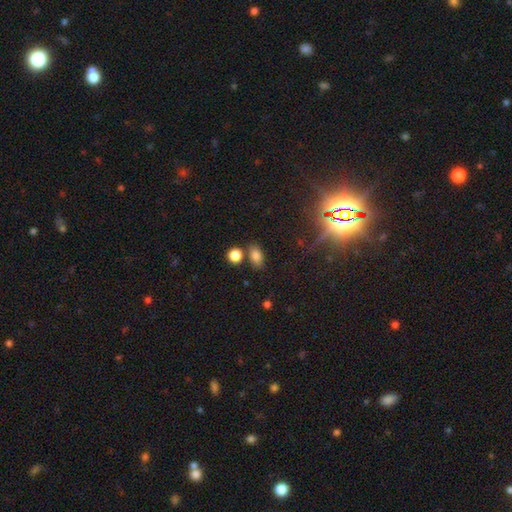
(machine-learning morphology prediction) type=smooth (79%); roundness=in between (81%); merging=none (73%).